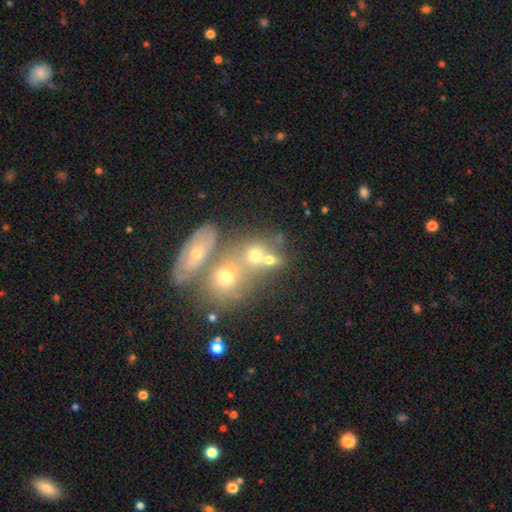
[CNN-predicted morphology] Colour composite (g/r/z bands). It shows a smooth galaxy with no disk features (62%) that is round (64%). Merging: merger (52%).